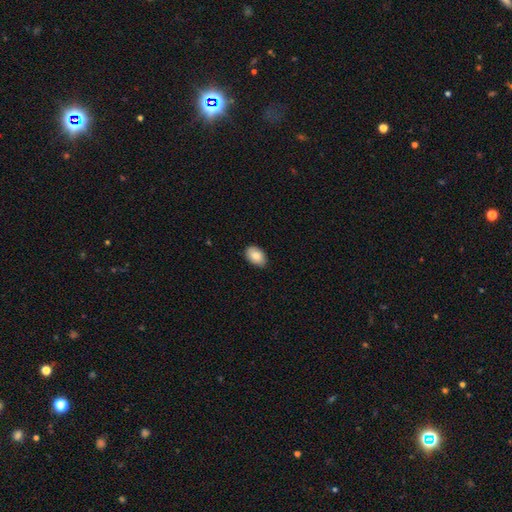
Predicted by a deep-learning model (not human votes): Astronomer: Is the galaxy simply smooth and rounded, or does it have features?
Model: smooth — 85%.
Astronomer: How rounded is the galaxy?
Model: in between — 87%.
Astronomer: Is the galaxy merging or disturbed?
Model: none — 85%.